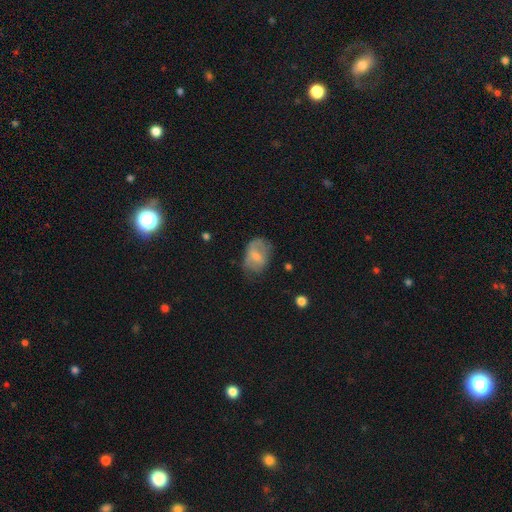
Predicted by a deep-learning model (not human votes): Smooth or featured?
  - smooth: 60% *
  - featured or disk: 32%
  - star or artifact: 8%
How rounded?
  - in between: 79% *
  - round: 19%
  - cigar-shaped: 1%
Merging?
  - none: 47% *
  - minor disturbance: 32%
  - major disturbance: 20%
  - merger: 2%